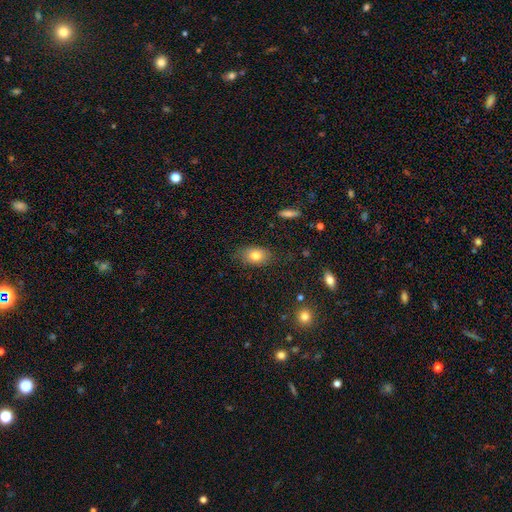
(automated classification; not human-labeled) Q: Smooth or featured?
A: smooth (78%); runner-up: featured or disk (13%)
Q: How rounded?
A: in between (84%); runner-up: round (15%)
Q: Merging?
A: none (77%); runner-up: minor disturbance (18%)